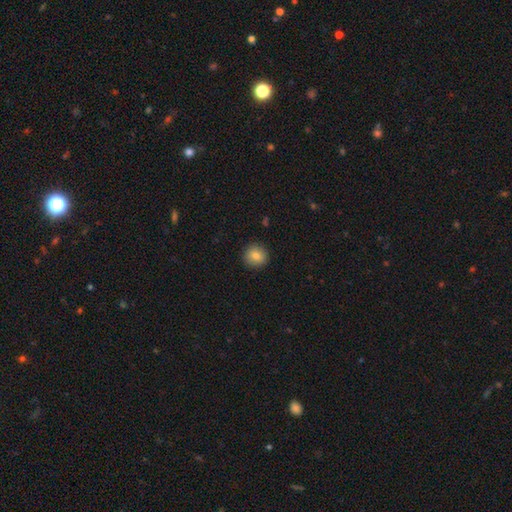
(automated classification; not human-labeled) This is clearly a smooth galaxy (84%). How rounded: clearly round (90%). Merging: clearly none (91%).